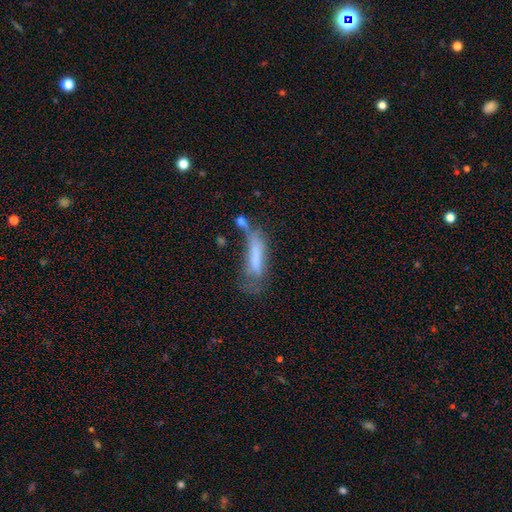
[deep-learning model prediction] Overall: smooth (58%; featured or disk 31%). How rounded: cigar-shaped (68%; in between 30%). Merging: major disturbance (32%; none 27%).